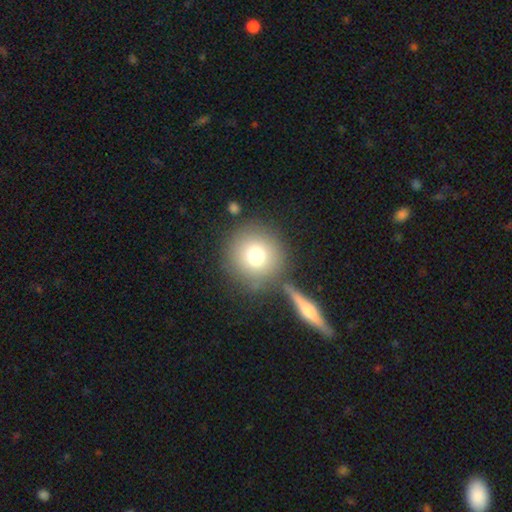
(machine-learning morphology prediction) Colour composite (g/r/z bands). It shows a smooth galaxy with no disk features (75%) that is round (94%). Merging: none (77%).